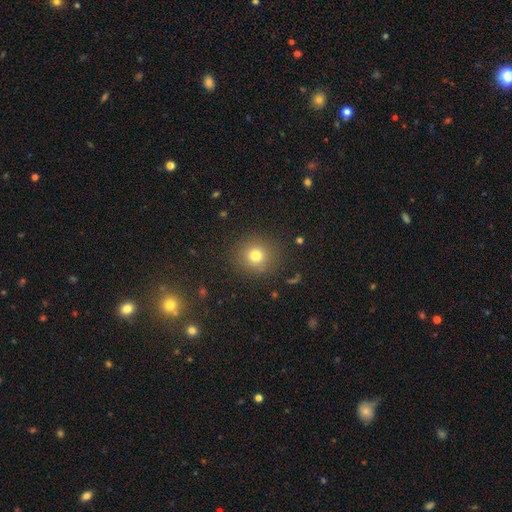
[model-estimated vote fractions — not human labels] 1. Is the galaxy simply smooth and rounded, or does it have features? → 77% smooth, 14% star or artifact, 9% featured or disk.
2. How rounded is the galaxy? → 91% round, 8% in between, 1% cigar-shaped.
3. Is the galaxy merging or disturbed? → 88% none, 8% minor disturbance, 3% major disturbance, 1% merger.